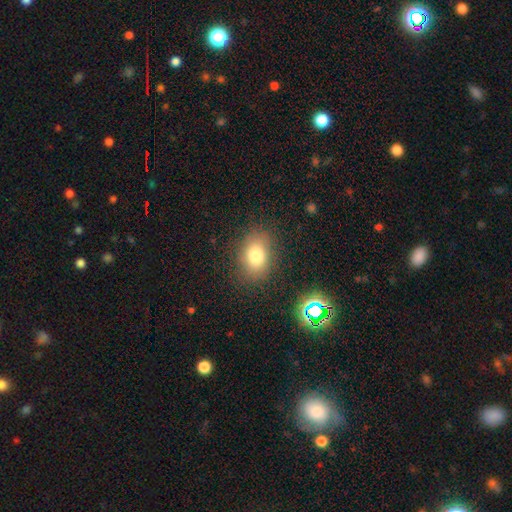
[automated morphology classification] smooth_or_featured: smooth (p=0.77) [alt: star or artifact p=0.12]
how_rounded: in between (p=0.69) [alt: round p=0.30]
merging: none (p=0.83) [alt: minor disturbance p=0.12]